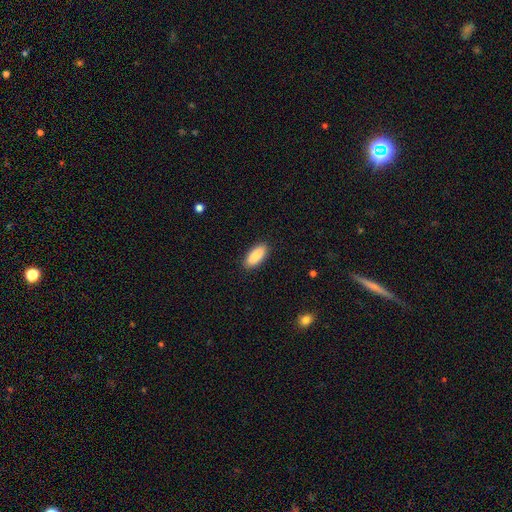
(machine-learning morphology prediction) Overall: smooth (90%). How rounded: in between (87%). Merging: none (90%).